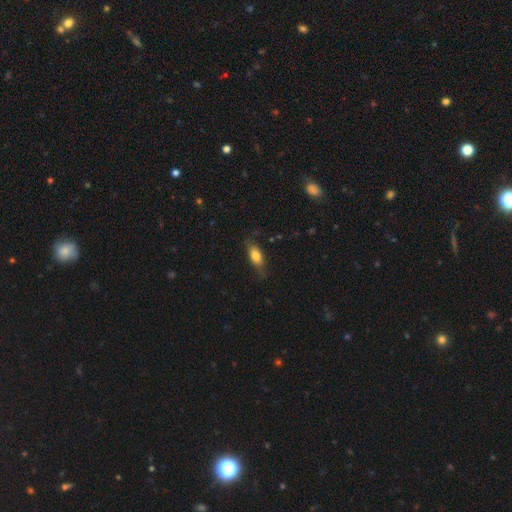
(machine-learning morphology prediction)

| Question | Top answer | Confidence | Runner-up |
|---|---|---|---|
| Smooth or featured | smooth | 74% | featured or disk (19%) |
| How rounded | in between | 79% | cigar-shaped (16%) |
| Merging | none | 71% | minor disturbance (21%) |